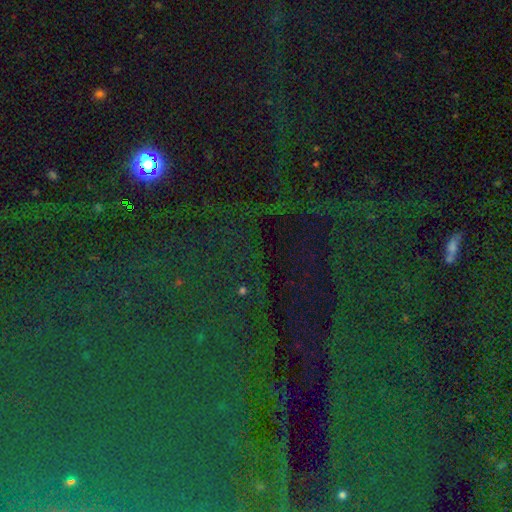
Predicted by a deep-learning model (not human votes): This is clearly a star or artifact rather than a galaxy (82%).